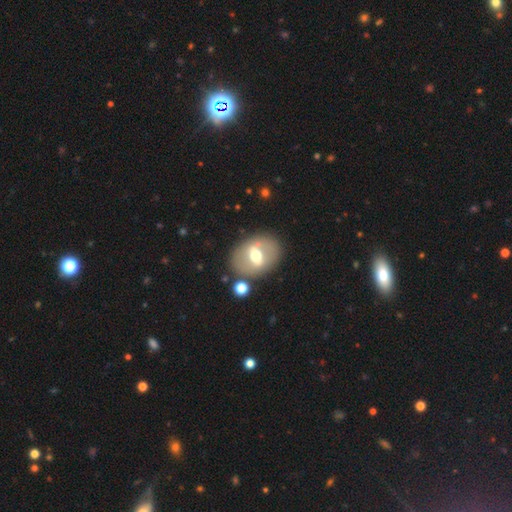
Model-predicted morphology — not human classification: Overall: featured or disk (54%; smooth 39%). Edge-on disk: no (84%). Merging: none (78%).